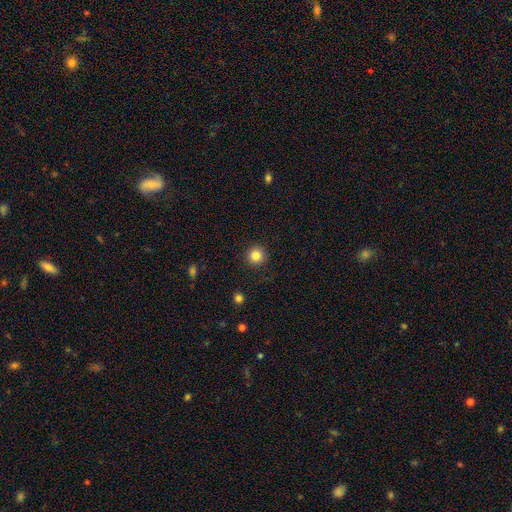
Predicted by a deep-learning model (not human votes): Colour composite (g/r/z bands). It shows a smooth galaxy with no disk features (84%) that is round (95%). Merging: none (91%).